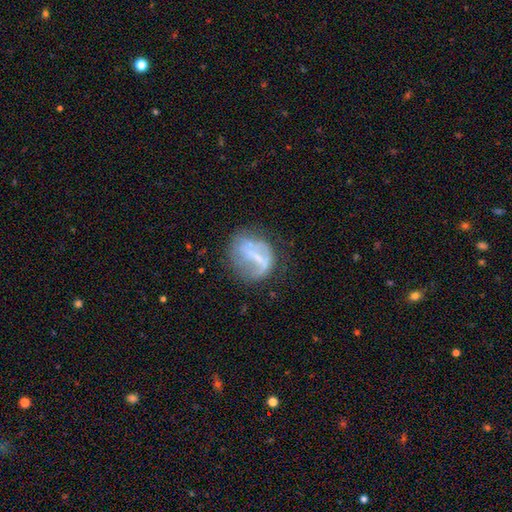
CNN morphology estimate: smooth-or-featured: featured or disk: 58% | smooth: 31% | star or artifact: 10%
  disk-edge-on: no: 96% | yes: 4%
    bar: strong: 39% | weak: 36% | no: 25%
    has-spiral-arms: no: 59% | yes: 41%
    bulge-size: none: 41% | small: 40% | moderate: 16% | large: 2% | dominant: 1%
  merging: none: 43% | major disturbance: 26% | minor disturbance: 25% | merger: 6%